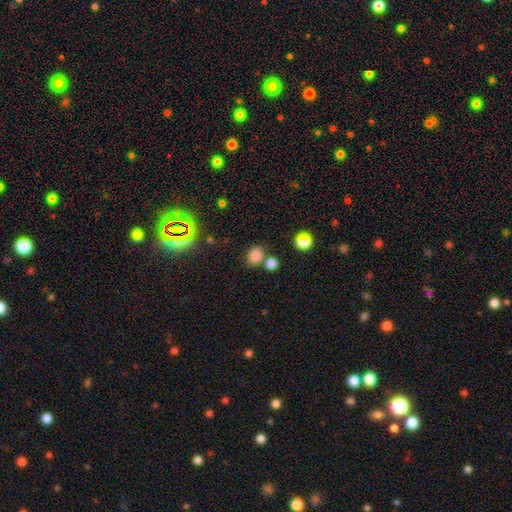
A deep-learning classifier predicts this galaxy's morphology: Smooth or featured?
  - smooth: 77% *
  - star or artifact: 17%
  - featured or disk: 6%
How rounded?
  - in between: 62% *
  - round: 37%
  - cigar-shaped: 1%
Merging?
  - none: 65% *
  - merger: 19%
  - minor disturbance: 12%
  - major disturbance: 4%